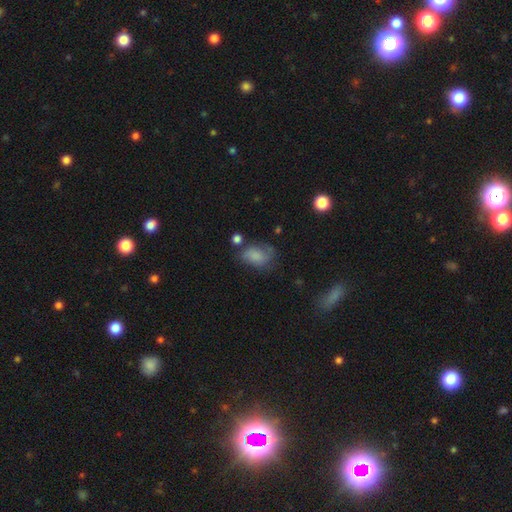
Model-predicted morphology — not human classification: type=smooth (69%); roundness=in between (83%); merging=none (46%).